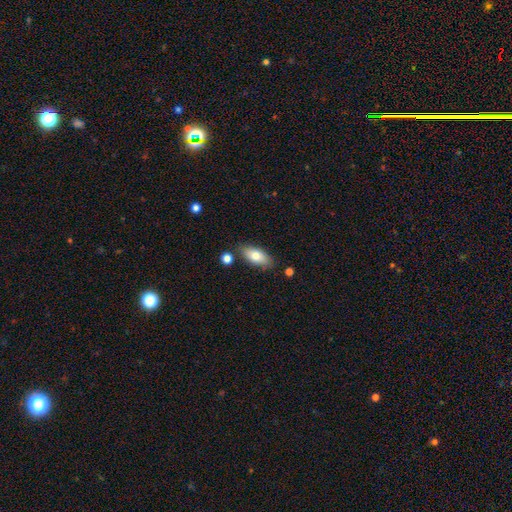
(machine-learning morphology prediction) Smooth or featured? Predicted: smooth (p=0.76). How rounded? Predicted: in between (p=0.85). Merging? Predicted: none (p=0.80).